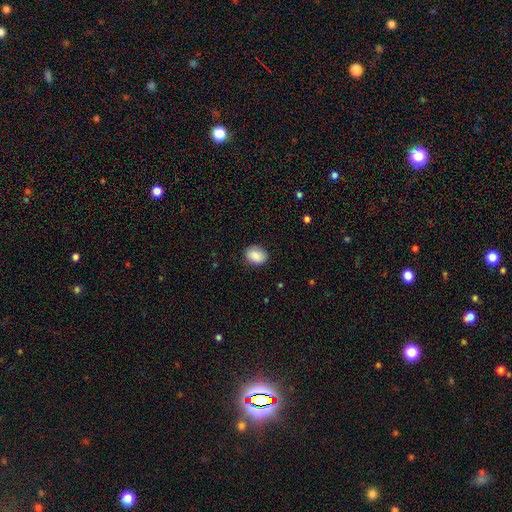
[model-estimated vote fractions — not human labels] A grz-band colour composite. It shows a smooth galaxy with no disk features (89%) that is in between round and cigar-shaped (68%). Merging: none (85%).